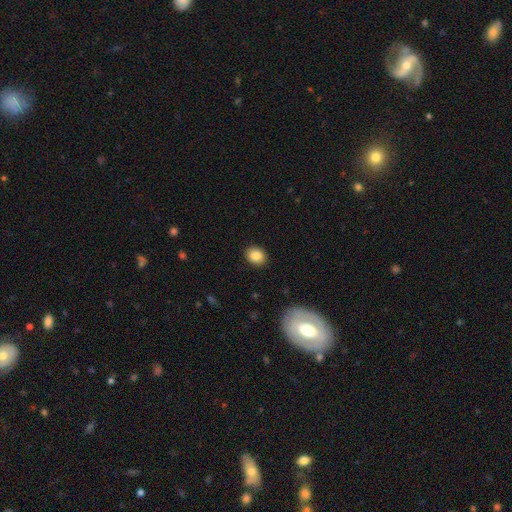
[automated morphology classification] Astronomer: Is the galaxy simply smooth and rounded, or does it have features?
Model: smooth — 86%.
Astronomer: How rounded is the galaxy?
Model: in between — 50% (runner-up: round, 49%).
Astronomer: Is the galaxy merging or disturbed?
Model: none — 90%.